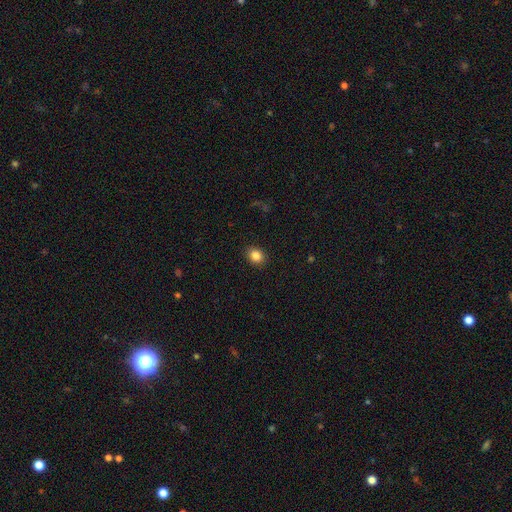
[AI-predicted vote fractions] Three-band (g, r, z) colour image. It shows a smooth galaxy with no disk features (85%) that is round (54%). Merging: none (90%).